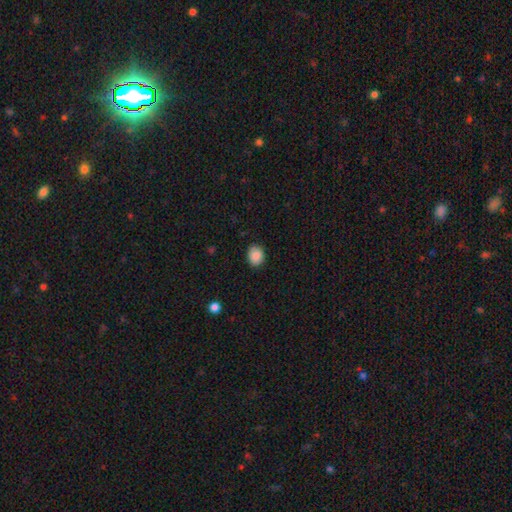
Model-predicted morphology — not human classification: A smooth galaxy with no disk features (88%) that is round (55%). Merging: none (85%).